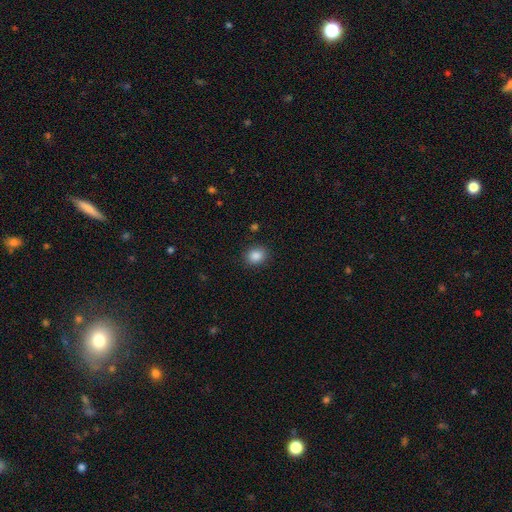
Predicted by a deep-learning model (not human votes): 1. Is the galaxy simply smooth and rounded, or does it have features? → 87% smooth, 9% star or artifact, 4% featured or disk.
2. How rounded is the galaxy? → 54% round, 45% in between, 1% cigar-shaped.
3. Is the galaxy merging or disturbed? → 88% none, 8% minor disturbance, 3% major disturbance, 1% merger.